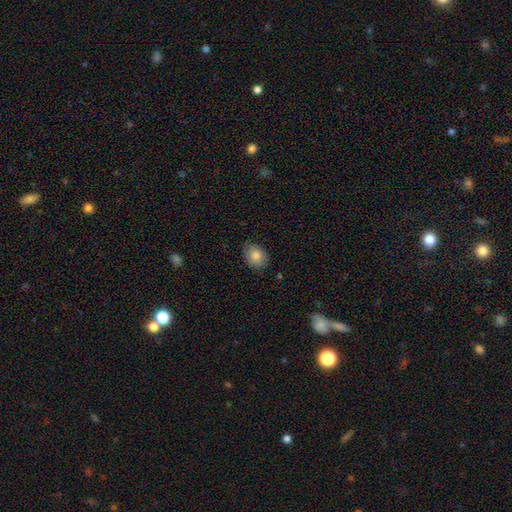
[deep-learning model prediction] smooth-or-featured: smooth: 85% | star or artifact: 8% | featured or disk: 7%
  how-rounded: in between: 53% | round: 46% | cigar-shaped: 1%
  merging: none: 82% | minor disturbance: 14% | major disturbance: 3% | merger: 1%